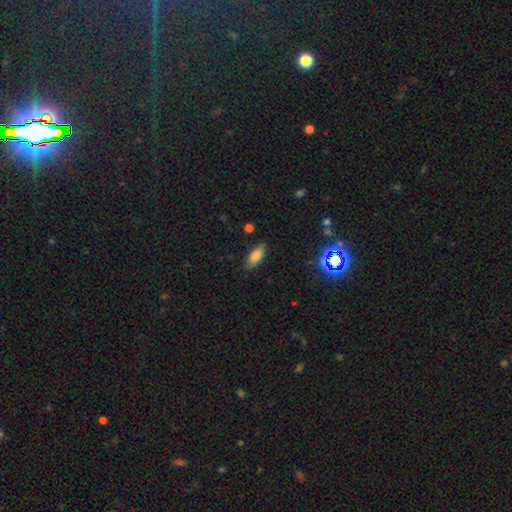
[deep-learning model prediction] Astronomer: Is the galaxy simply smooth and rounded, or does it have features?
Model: smooth — 80%.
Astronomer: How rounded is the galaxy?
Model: in between — 78%.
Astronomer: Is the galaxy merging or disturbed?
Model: none — 83%.